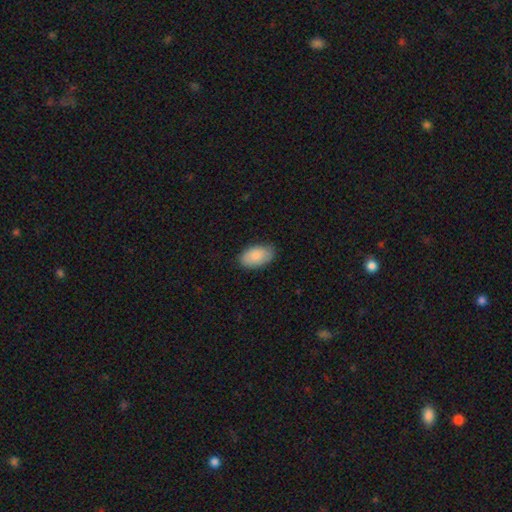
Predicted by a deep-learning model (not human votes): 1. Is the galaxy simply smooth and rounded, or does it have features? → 87% smooth, 7% featured or disk, 6% star or artifact.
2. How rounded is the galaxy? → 94% in between, 4% round, 1% cigar-shaped.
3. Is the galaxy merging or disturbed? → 82% none, 15% minor disturbance, 3% major disturbance, 1% merger.